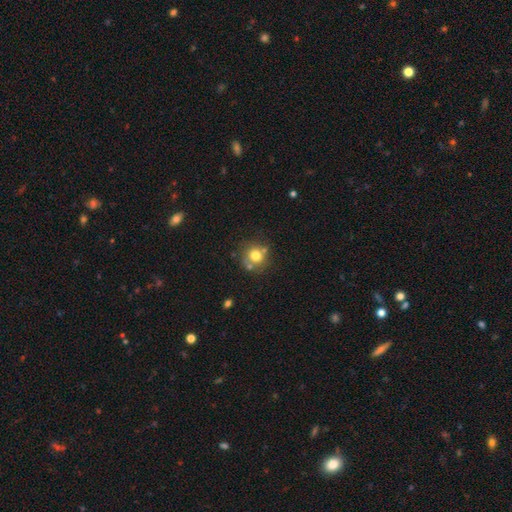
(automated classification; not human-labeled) This appears to be a smooth galaxy with no disk features (73%) that is round (88%). Merging: none (64%).